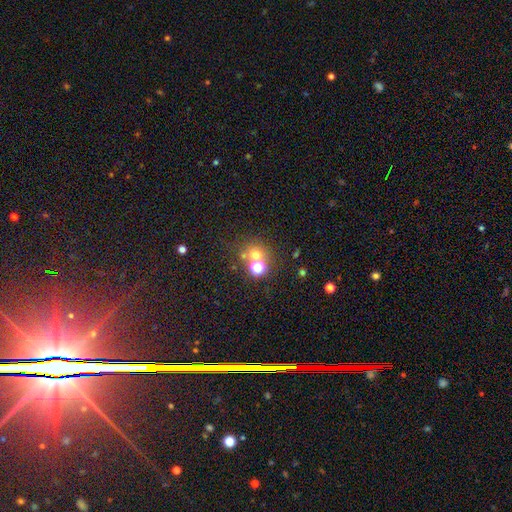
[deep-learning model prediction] A smooth galaxy with no disk features (60%) that is round (84%).

Vote fractions:
- Smooth or featured? smooth: 60% / star or artifact: 27% / featured or disk: 13%
- How rounded? round: 84% / in between: 15% / cigar-shaped: 1%
- Merging? none: 56% / merger: 32% / minor disturbance: 8% / major disturbance: 5%